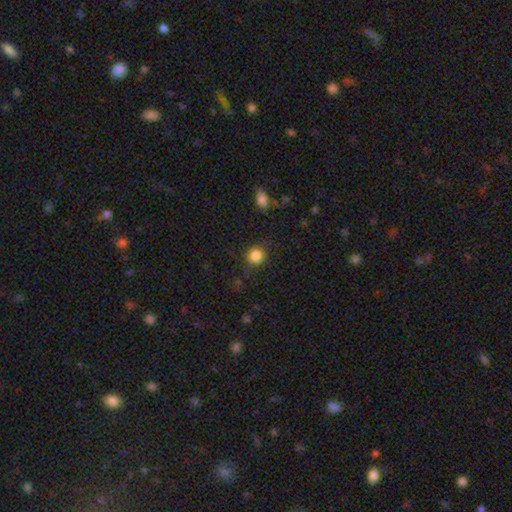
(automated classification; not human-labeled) Smooth or featured? smooth (85%)
How rounded? round (90%)
Merging? none (85%)